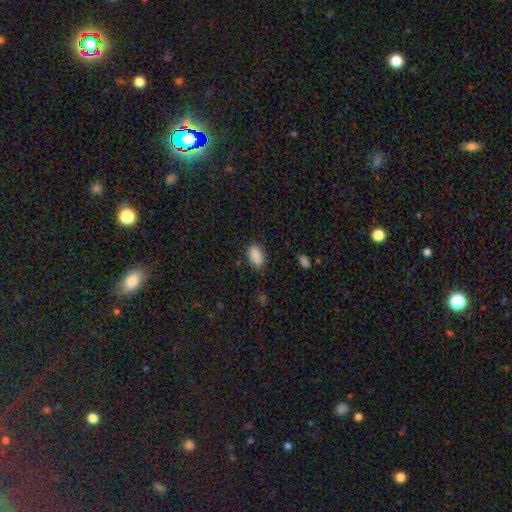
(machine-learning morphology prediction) Overall: smooth (89%). How rounded: in between (93%). Merging: none (84%).